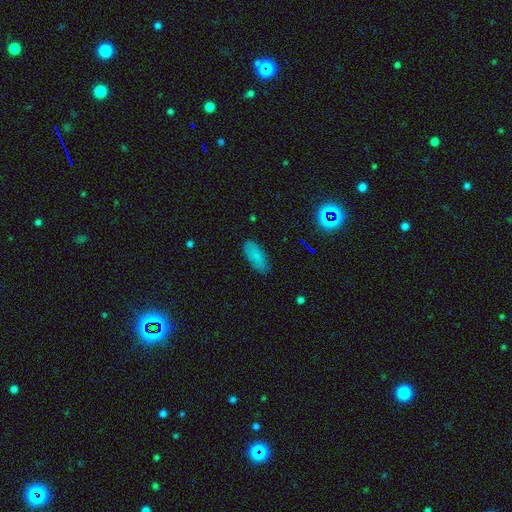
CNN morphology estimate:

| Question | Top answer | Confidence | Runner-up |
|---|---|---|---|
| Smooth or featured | smooth | 75% | featured or disk (13%) |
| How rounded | in between | 86% | cigar-shaped (12%) |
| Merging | none | 80% | minor disturbance (16%) |